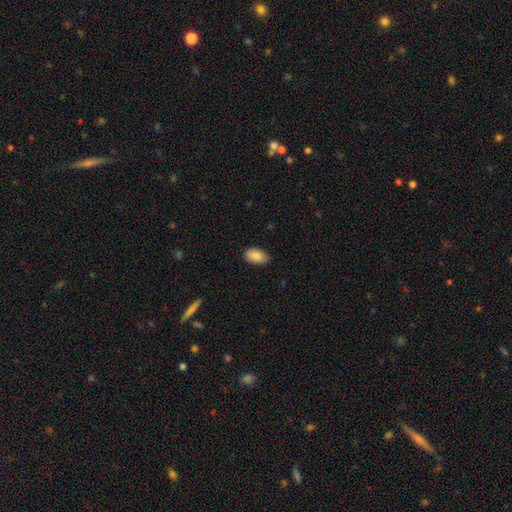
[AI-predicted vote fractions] Smooth or featured: smooth — 87% (star or artifact — 7%)
How rounded: in between — 93% (round — 5%)
Merging: none — 81% (minor disturbance — 16%)